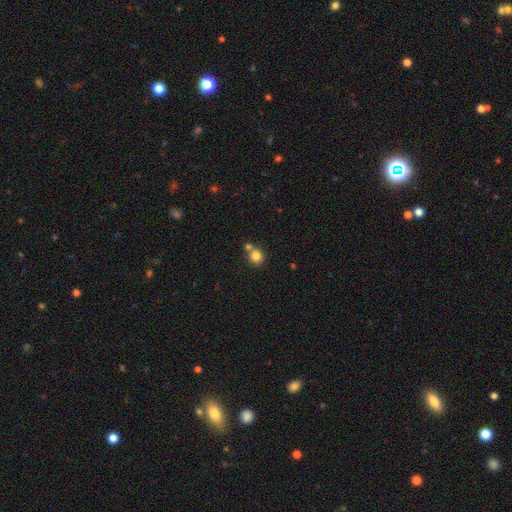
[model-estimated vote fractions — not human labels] A smooth galaxy with no disk features (83%) that is round (87%). Merging: none (59%).